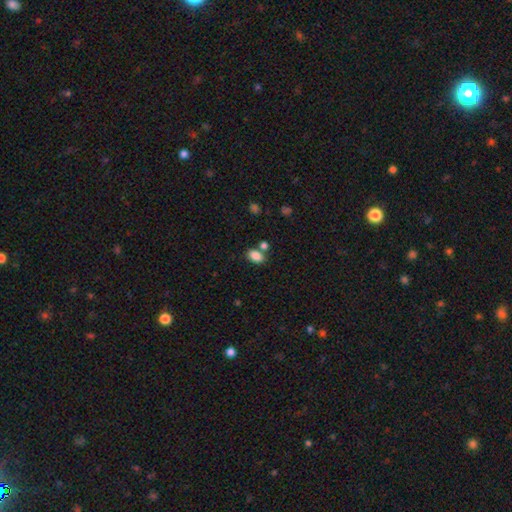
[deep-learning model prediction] Smooth or featured? smooth (86%)
How rounded? in between (85%)
Merging? none (63%)